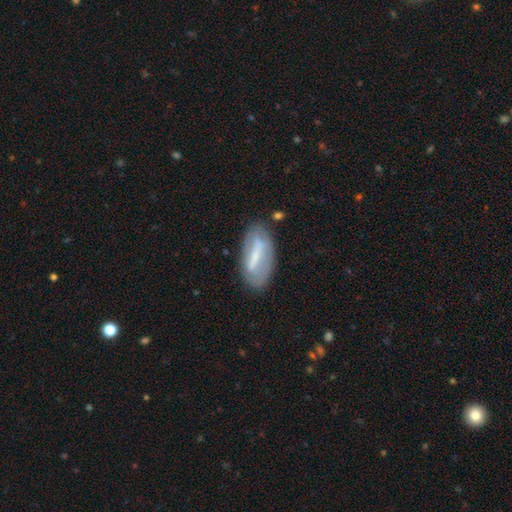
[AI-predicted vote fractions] smooth-or-featured: featured or disk: 52% | smooth: 41% | star or artifact: 7%
  disk-edge-on: no: 82% | yes: 18%
  merging: none: 74% | minor disturbance: 18% | major disturbance: 6% | merger: 2%